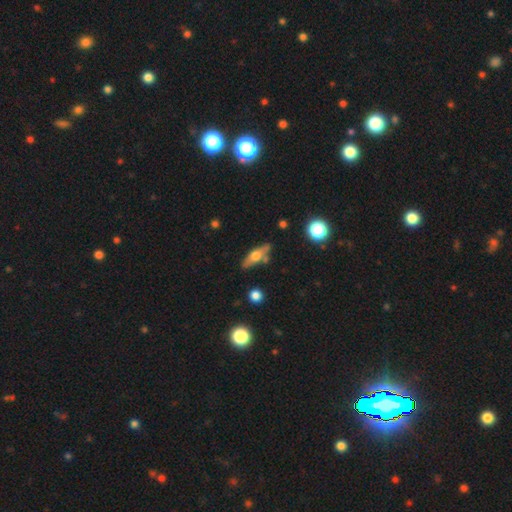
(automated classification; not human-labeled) This is possibly a featured or disk galaxy (49%). Merging: likely none (72%).